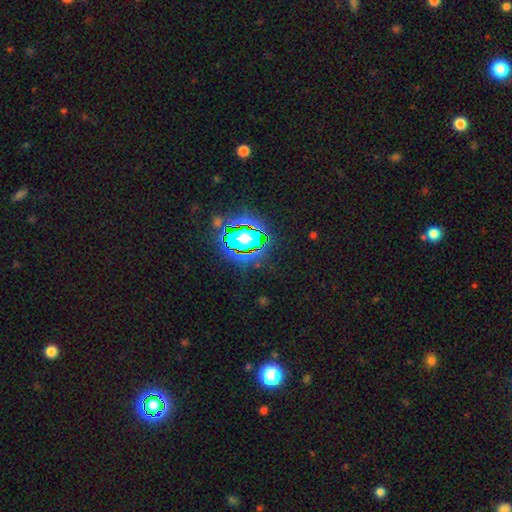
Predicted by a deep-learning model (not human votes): This appears to be a star or artifact, not a galaxy (82%).